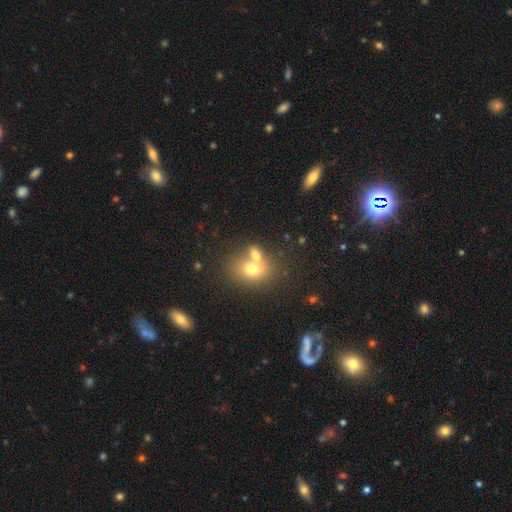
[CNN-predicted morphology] smooth-or-featured: smooth: 69% | featured or disk: 20% | star or artifact: 11%
  how-rounded: in between: 61% | round: 37% | cigar-shaped: 2%
  merging: merger: 57% | none: 30% | minor disturbance: 8% | major disturbance: 4%